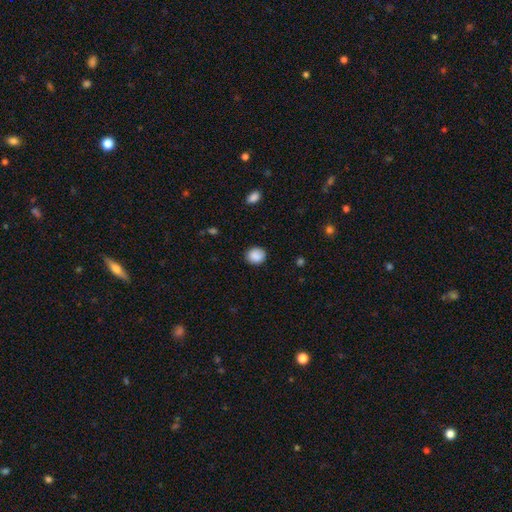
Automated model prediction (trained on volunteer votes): A smooth galaxy with no disk features (88%) that is round (75%). Merging: none (86%).